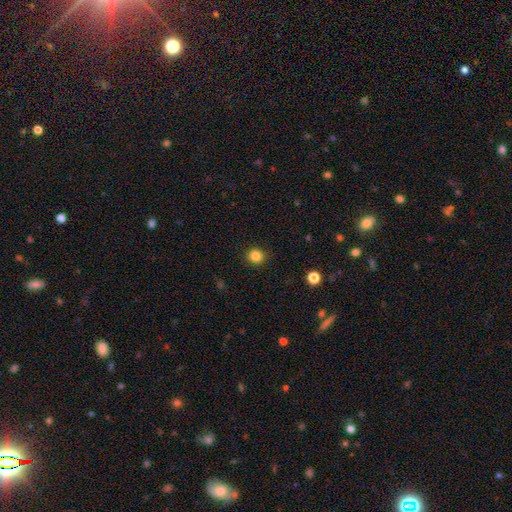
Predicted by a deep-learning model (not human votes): This appears to be a smooth galaxy with no disk features (85%) that is round (91%). Merging: none (91%).